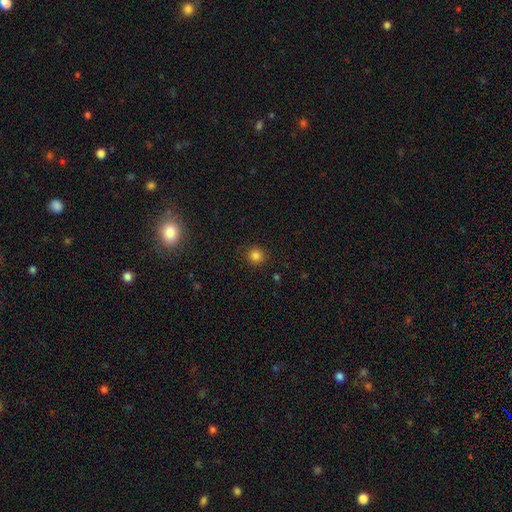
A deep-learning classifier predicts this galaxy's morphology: Smooth or featured: smooth — 83% (star or artifact — 13%)
How rounded: round — 92% (in between — 7%)
Merging: none — 89% (minor disturbance — 7%)